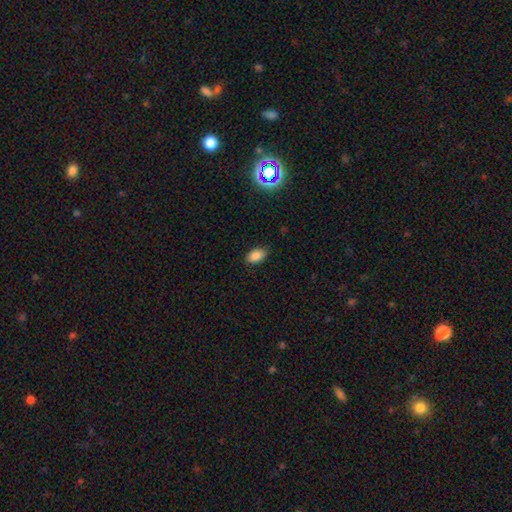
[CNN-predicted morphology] smooth-or-featured: smooth: 85% | star or artifact: 10% | featured or disk: 4%
  how-rounded: in between: 90% | round: 9% | cigar-shaped: 2%
  merging: none: 86% | minor disturbance: 11% | major disturbance: 2% | merger: 1%